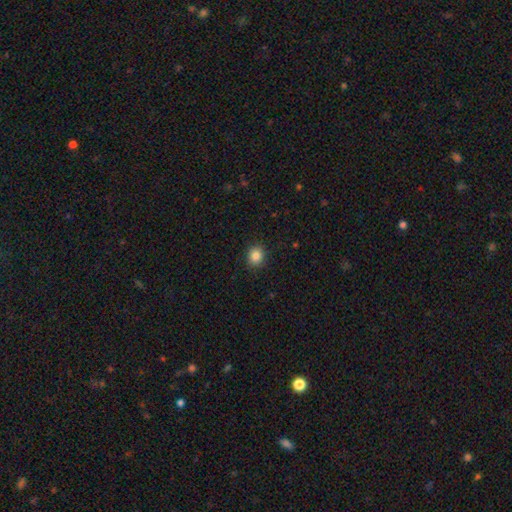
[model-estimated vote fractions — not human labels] Smooth or featured? Predicted: smooth (p=0.86). How rounded? Predicted: round (p=0.73). Merging? Predicted: none (p=0.90).